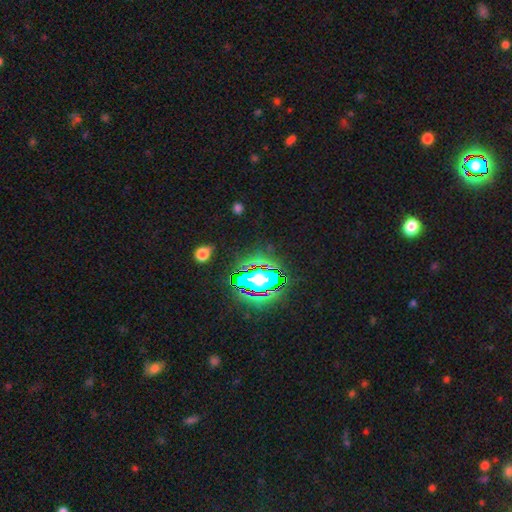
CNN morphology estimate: Smooth or featured?
  - star or artifact: 82% *
  - smooth: 11%
  - featured or disk: 7%